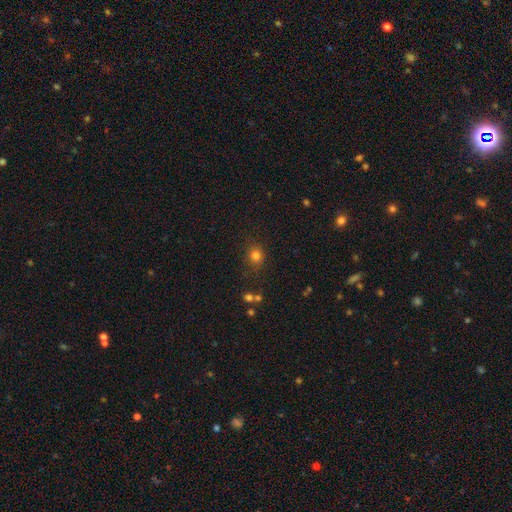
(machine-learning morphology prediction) smooth_or_featured: smooth (p=0.79) [alt: star or artifact p=0.15]
how_rounded: round (p=0.79) [alt: in between p=0.20]
merging: none (p=0.82) [alt: minor disturbance p=0.12]